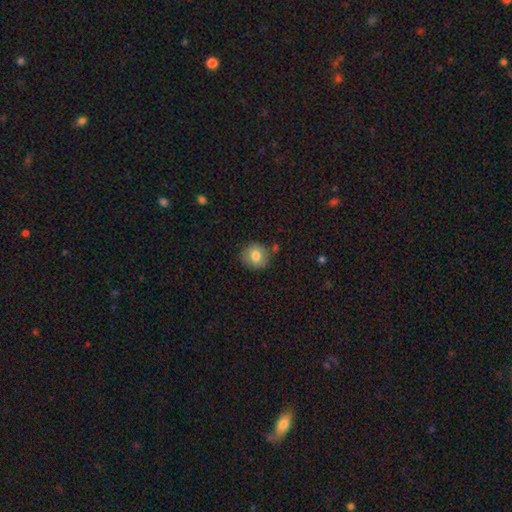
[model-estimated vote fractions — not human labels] Smooth or featured: smooth — 79% (featured or disk — 12%)
How rounded: round — 90% (in between — 9%)
Merging: none — 83% (minor disturbance — 11%)